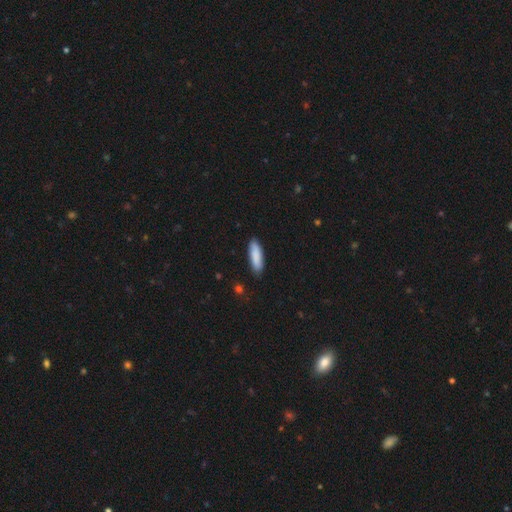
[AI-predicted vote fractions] smooth-or-featured: smooth: 87% | featured or disk: 7% | star or artifact: 5%
  how-rounded: cigar-shaped: 52% | in between: 47% | round: 1%
  merging: none: 87% | minor disturbance: 10% | major disturbance: 2% | merger: 1%